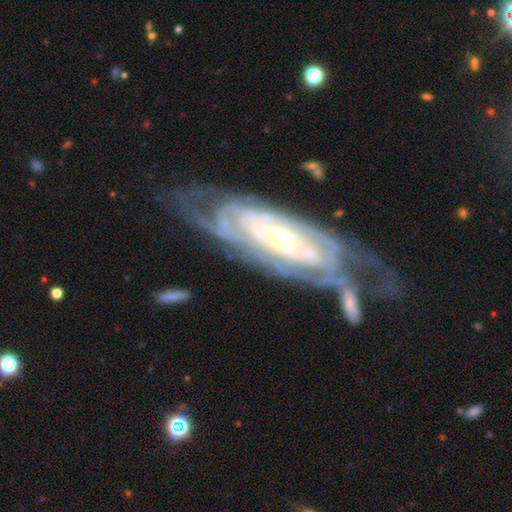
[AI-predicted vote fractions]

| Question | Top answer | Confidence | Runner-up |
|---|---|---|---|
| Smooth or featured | featured or disk | 87% | smooth (8%) |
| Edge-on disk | no | 88% | yes (12%) |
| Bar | no | 54% | weak (27%) |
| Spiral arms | yes | 92% | no (8%) |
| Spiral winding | tight | 76% | medium (19%) |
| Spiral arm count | can't tell | 52% | 2 (18%) |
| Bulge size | small | 54% | moderate (40%) |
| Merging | none | 51% | minor disturbance (21%) |